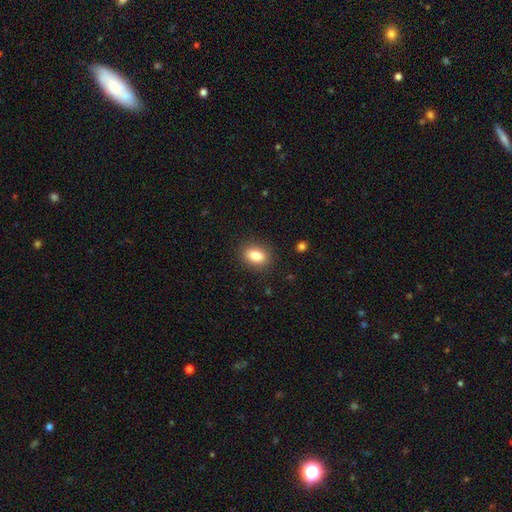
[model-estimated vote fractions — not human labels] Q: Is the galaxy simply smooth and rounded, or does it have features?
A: smooth — 84%.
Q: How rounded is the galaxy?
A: in between — 77%.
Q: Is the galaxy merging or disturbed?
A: none — 88%.